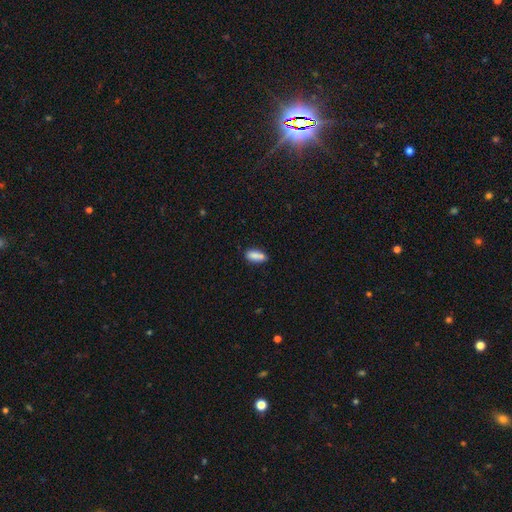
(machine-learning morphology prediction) Smooth or featured?
  - smooth: 84% *
  - featured or disk: 8%
  - star or artifact: 8%
How rounded?
  - in between: 72% *
  - cigar-shaped: 25%
  - round: 3%
Merging?
  - none: 65% *
  - minor disturbance: 19%
  - merger: 12%
  - major disturbance: 4%